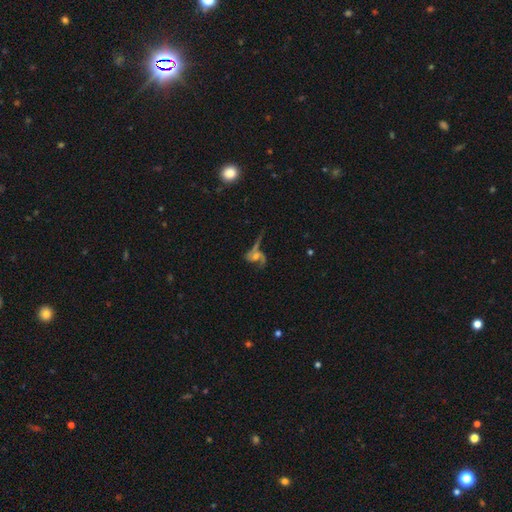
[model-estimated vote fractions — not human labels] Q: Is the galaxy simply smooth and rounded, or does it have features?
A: featured or disk — 74%.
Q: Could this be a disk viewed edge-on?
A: no — 96%.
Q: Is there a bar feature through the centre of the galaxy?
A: no — 64%.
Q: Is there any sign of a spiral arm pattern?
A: yes — 87%.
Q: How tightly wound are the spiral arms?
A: loose — 65%.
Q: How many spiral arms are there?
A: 2 — 76%.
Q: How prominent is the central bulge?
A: moderate — 44%.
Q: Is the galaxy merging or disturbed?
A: none — 33%.